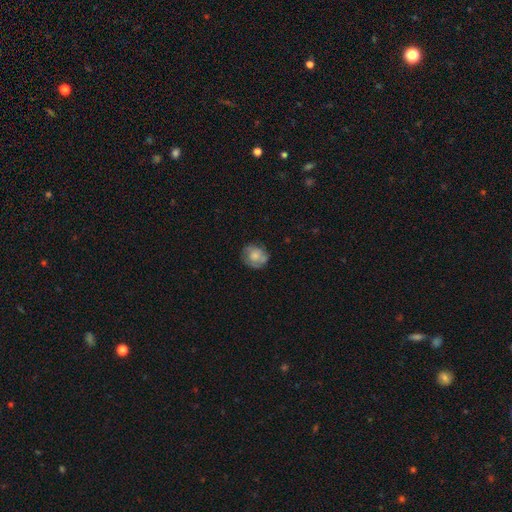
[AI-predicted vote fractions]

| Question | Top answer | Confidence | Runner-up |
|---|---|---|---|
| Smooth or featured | smooth | 56% | featured or disk (36%) |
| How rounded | round | 72% | in between (27%) |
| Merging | none | 69% | minor disturbance (22%) |